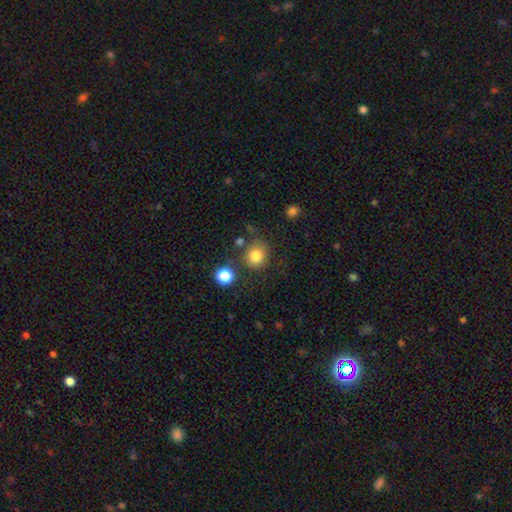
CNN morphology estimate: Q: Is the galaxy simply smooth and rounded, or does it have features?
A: smooth — 82%.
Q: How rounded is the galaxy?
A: round — 83%.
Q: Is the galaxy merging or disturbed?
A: none — 75%.